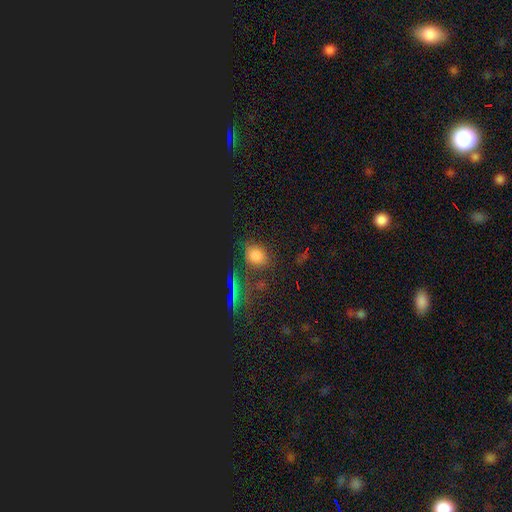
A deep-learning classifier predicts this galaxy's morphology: The model was most divided on "how rounded": round: 52%, in between: 46%, cigar-shaped: 3%. More confident: merging — none (73%); smooth or featured — smooth (62%).